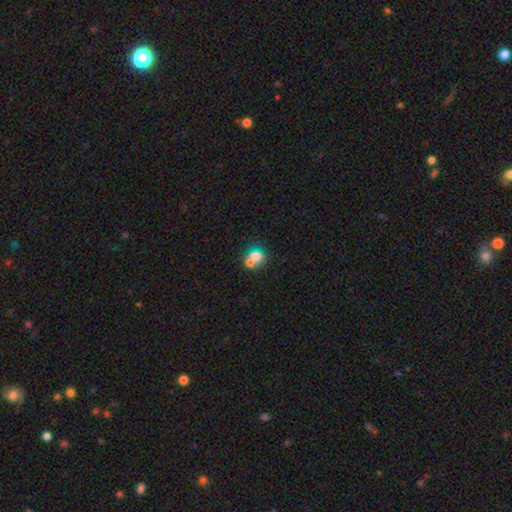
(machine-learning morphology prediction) Overall: smooth (64%). How rounded: round (68%; in between 31%). Merging: merger (49%; none 40%).